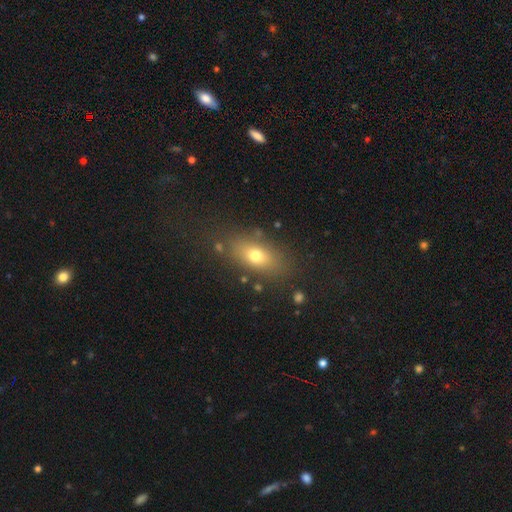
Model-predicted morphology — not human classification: type=smooth (69%); roundness=in between (76%); merging=none (80%).